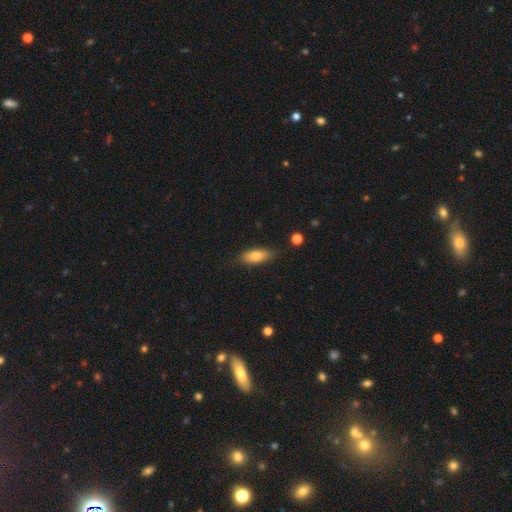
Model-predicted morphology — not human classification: A smooth galaxy with no disk features (80%) that is in between round and cigar-shaped (75%).

Vote fractions:
- Smooth or featured? smooth: 80% / featured or disk: 13% / star or artifact: 7%
- How rounded? in between: 75% / cigar-shaped: 22% / round: 3%
- Merging? none: 82% / minor disturbance: 14% / major disturbance: 3% / merger: 2%